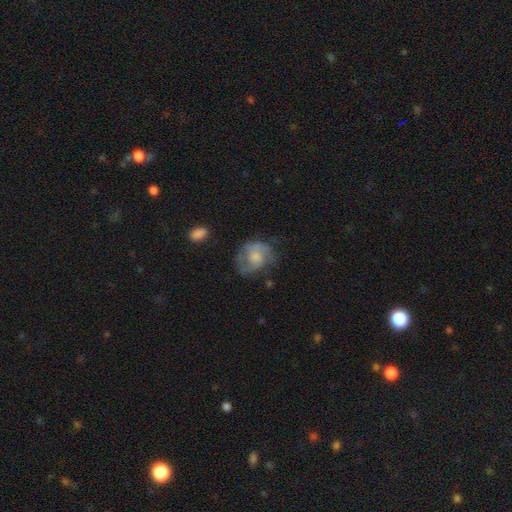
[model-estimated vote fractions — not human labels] featured or disk 64%, smooth 28%, star or artifact 7%. Down the decision tree: edge-on disk — no (98%); bar — no (68%); spiral arms — yes (86%); spiral arm count — 2 (64%); spiral winding — medium (48%); bulge size — moderate (38%); merging — none (58%).